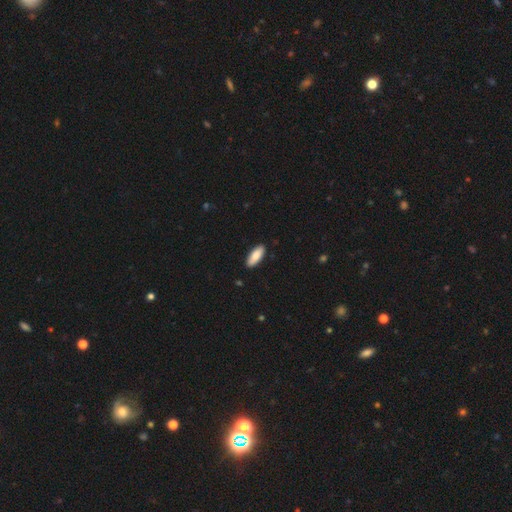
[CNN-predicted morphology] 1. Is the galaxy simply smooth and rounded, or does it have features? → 85% smooth, 9% featured or disk, 5% star or artifact.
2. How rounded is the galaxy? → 74% in between, 24% cigar-shaped, 2% round.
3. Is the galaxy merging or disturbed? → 89% none, 8% minor disturbance, 2% major disturbance, 1% merger.